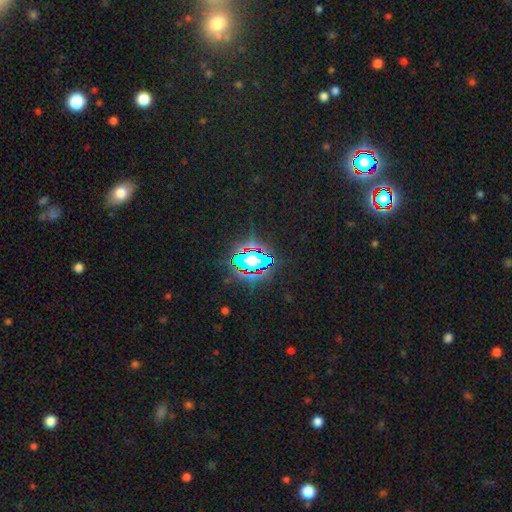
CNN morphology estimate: Q: Smooth or featured?
A: star or artifact (77%); runner-up: smooth (13%)